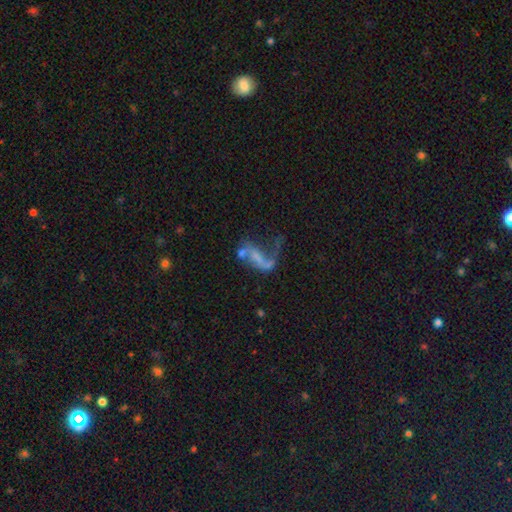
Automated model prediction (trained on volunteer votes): Smooth or featured: featured or disk — 66% (smooth — 20%)
Edge-on disk: no — 94% (yes — 6%)
Bar: no — 51% (weak — 28%)
Spiral arms: yes — 66% (no — 34%)
Bulge size: none — 64% (small — 22%)
Merging: major disturbance — 38% (none — 28%)